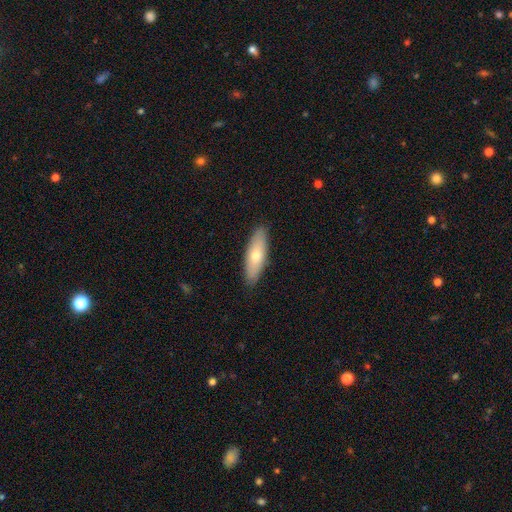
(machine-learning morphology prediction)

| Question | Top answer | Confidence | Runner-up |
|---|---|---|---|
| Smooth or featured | smooth | 63% | featured or disk (30%) |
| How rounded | cigar-shaped | 52% | in between (46%) |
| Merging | none | 90% | minor disturbance (8%) |